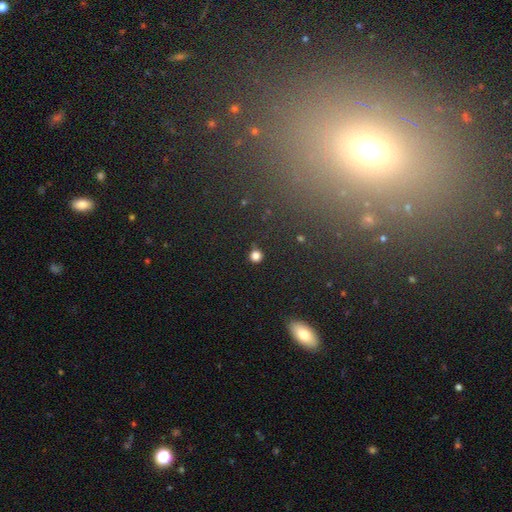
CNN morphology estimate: The model was most divided on "smooth or featured": smooth: 79%, star or artifact: 17%, featured or disk: 4%. More confident: how rounded — round (93%); merging — none (89%).